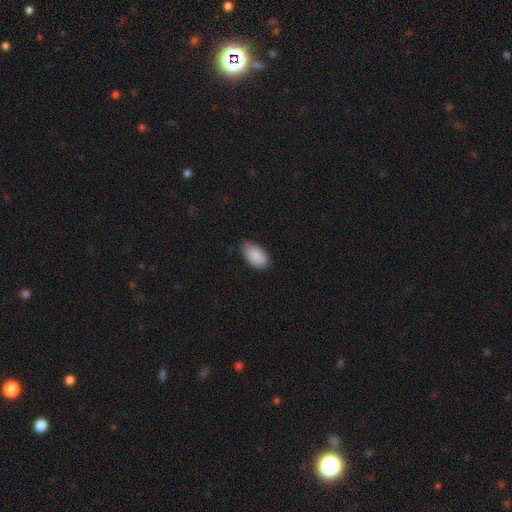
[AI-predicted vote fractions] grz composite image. It shows a smooth galaxy with no disk features (89%) that is in between round and cigar-shaped (95%). Merging: none (73%).